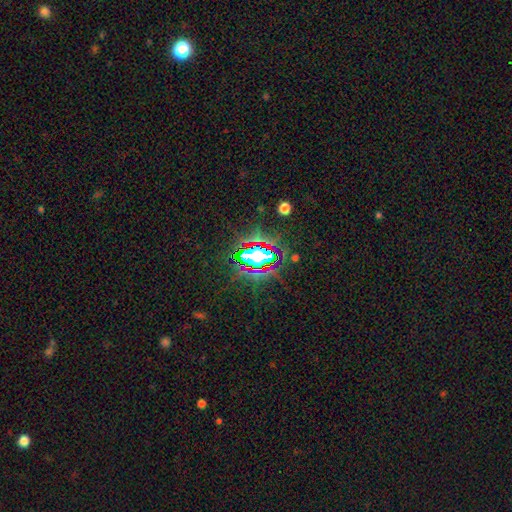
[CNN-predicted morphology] Smooth or featured? Predicted: star or artifact (p=0.69).